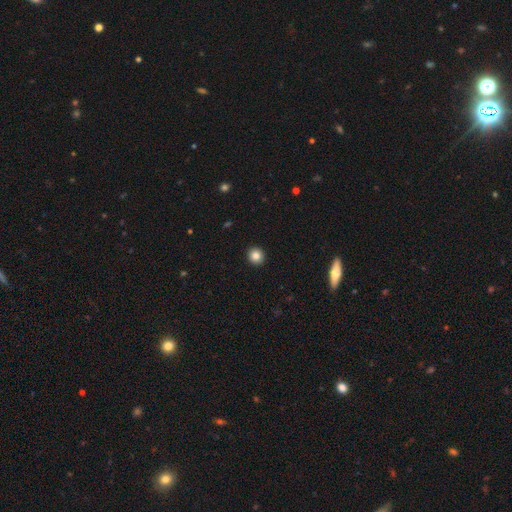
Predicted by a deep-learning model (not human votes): Smooth or featured?
  - smooth: 85% *
  - star or artifact: 10%
  - featured or disk: 5%
How rounded?
  - round: 92% *
  - in between: 7%
  - cigar-shaped: 1%
Merging?
  - none: 93% *
  - minor disturbance: 4%
  - major disturbance: 1%
  - merger: 1%